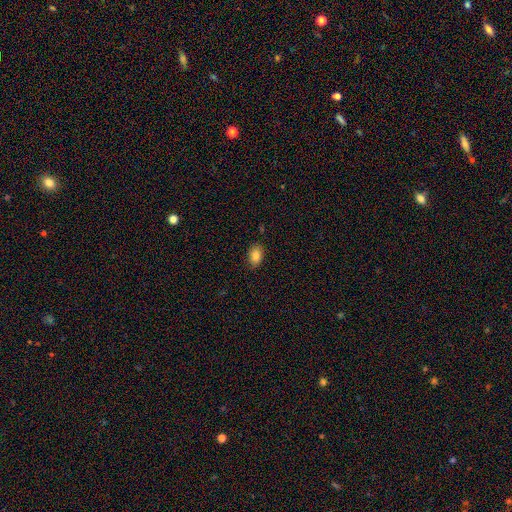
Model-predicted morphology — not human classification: Q: Smooth or featured?
A: smooth (83%); runner-up: star or artifact (9%)
Q: How rounded?
A: in between (81%); runner-up: round (17%)
Q: Merging?
A: none (86%); runner-up: minor disturbance (11%)